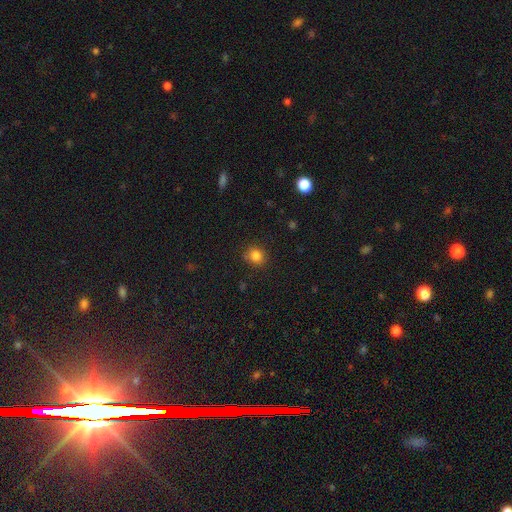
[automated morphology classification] smooth 83%, star or artifact 12%, featured or disk 5%. Down the decision tree: how rounded — round (81%); merging — none (86%).